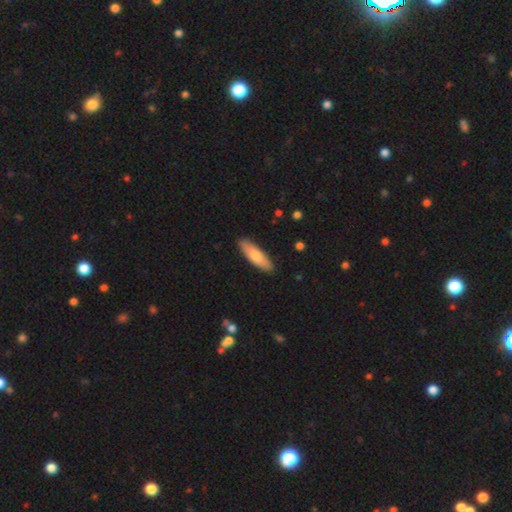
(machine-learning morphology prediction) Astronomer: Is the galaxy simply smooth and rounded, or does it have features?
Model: smooth — 71%.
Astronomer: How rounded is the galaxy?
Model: cigar-shaped — 52% (runner-up: in between, 46%).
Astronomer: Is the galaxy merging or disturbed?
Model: none — 89%.